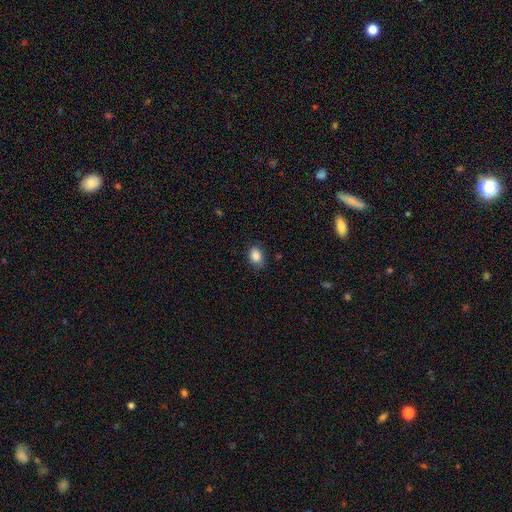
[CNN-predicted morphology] Smooth or featured: smooth — 86% (star or artifact — 8%)
How rounded: in between — 79% (round — 20%)
Merging: none — 80% (minor disturbance — 16%)